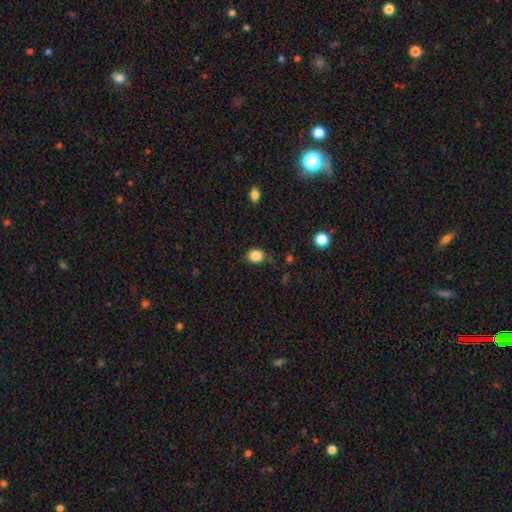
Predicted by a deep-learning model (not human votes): smooth-or-featured: smooth: 86% | star or artifact: 10% | featured or disk: 4%
  how-rounded: round: 59% | in between: 40% | cigar-shaped: 1%
  merging: none: 70% | minor disturbance: 22% | major disturbance: 5% | merger: 2%